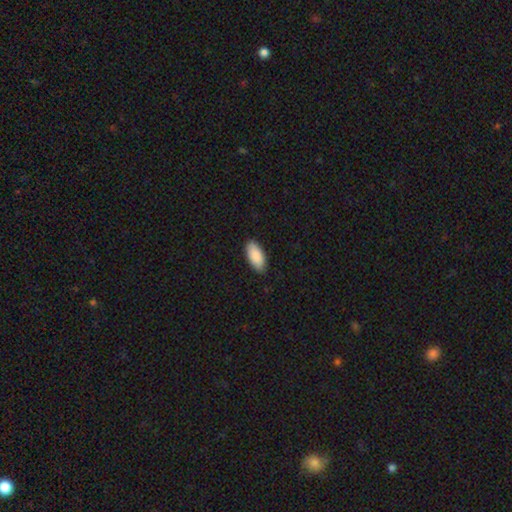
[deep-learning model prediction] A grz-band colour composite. It shows a smooth galaxy with no disk features (90%) that is in between round and cigar-shaped (91%). Merging: none (88%).